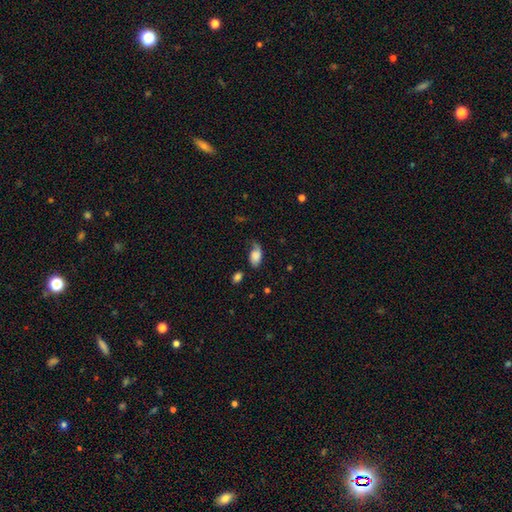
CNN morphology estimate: Q: Smooth or featured?
A: smooth (74%); runner-up: featured or disk (18%)
Q: How rounded?
A: in between (91%); runner-up: round (6%)
Q: Merging?
A: none (39%); runner-up: minor disturbance (36%)